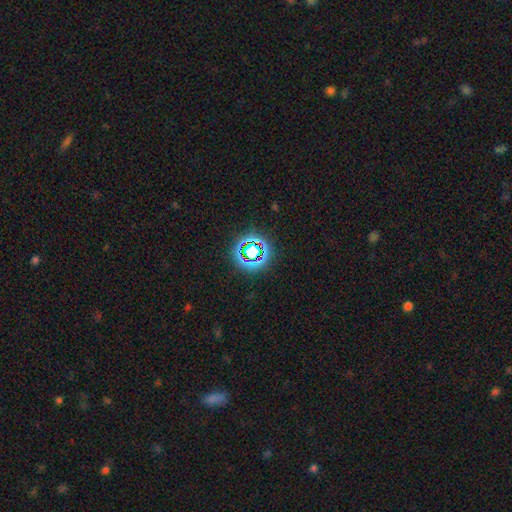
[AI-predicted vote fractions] Smooth or featured: star or artifact — 69% (smooth — 19%)